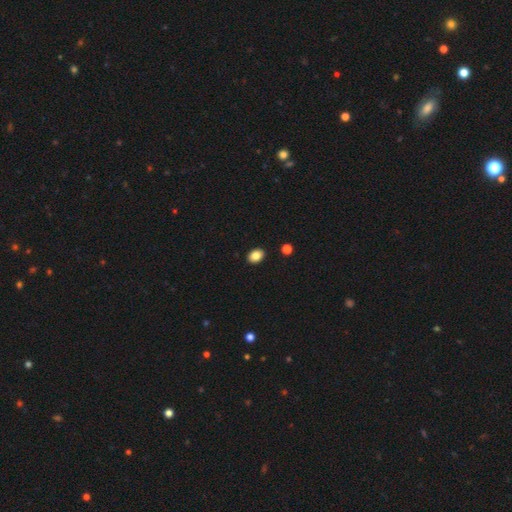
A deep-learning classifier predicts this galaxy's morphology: This is clearly a smooth galaxy (86%). How rounded: likely in between (75%). Merging: clearly none (90%).